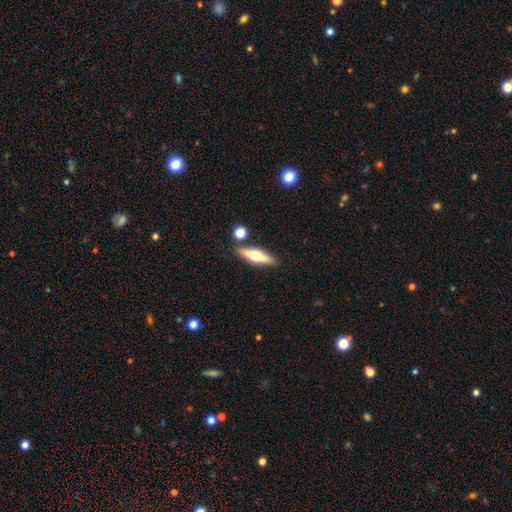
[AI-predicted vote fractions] Morphology: type=featured or disk (57%); edge-on=yes (94%); edge-on bulge=rounded (95%); merging=none (83%).